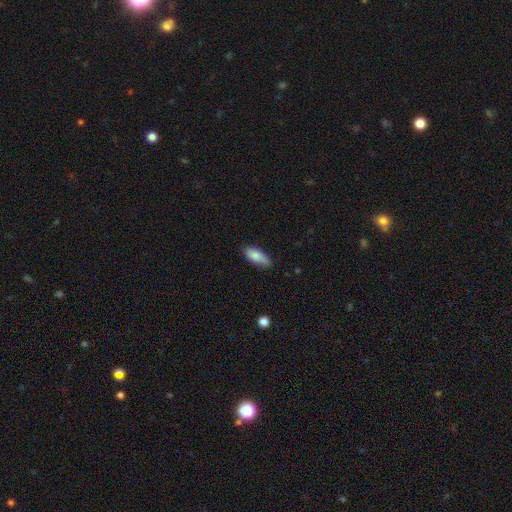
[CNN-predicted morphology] This is clearly a smooth galaxy (83%). How rounded: likely in between (78%). Merging: likely none (72%).